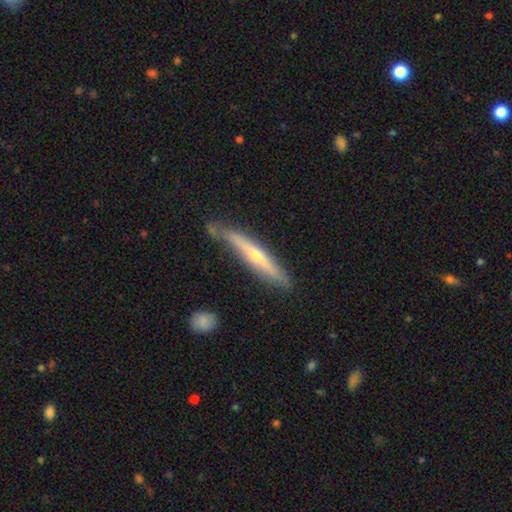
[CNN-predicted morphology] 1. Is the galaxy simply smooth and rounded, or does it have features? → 67% featured or disk, 27% smooth, 6% star or artifact.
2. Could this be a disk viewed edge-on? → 93% yes, 7% no.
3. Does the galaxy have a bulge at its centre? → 80% rounded, 17% none, 3% boxy.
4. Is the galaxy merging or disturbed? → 74% none, 19% minor disturbance, 4% major disturbance, 3% merger.